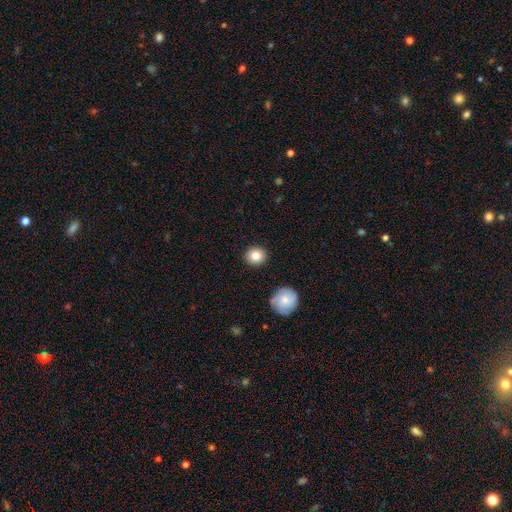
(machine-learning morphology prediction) smooth 83%, featured or disk 9%, star or artifact 8%. Down the decision tree: how rounded — round (85%); merging — none (89%).